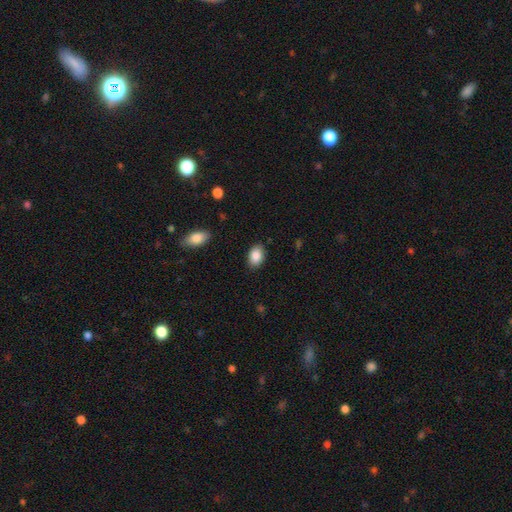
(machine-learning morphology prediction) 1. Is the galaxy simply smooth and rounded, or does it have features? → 88% smooth, 7% star or artifact, 5% featured or disk.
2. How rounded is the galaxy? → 85% in between, 14% round, 1% cigar-shaped.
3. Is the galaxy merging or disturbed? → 87% none, 10% minor disturbance, 2% major disturbance, 1% merger.